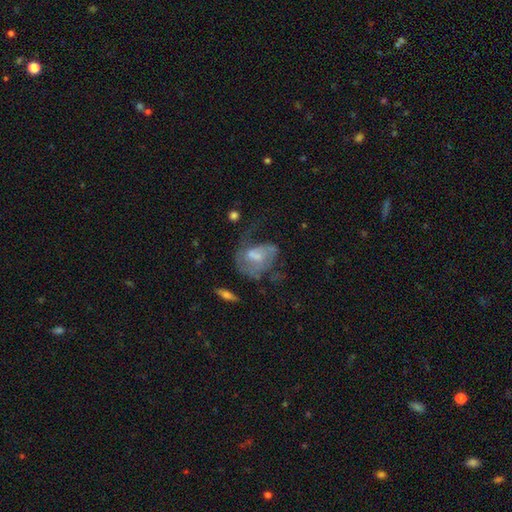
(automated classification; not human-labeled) Smooth or featured? featured or disk (57%)
Edge-on disk? no (96%)
Bar? no (50%)
Spiral arms? yes (56%)
Bulge size? moderate (34%)
Merging? major disturbance (48%)